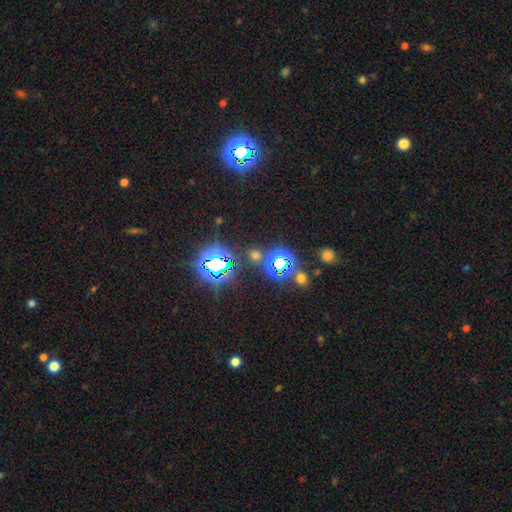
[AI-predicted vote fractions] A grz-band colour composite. It shows a star or artifact, not a galaxy (64%).